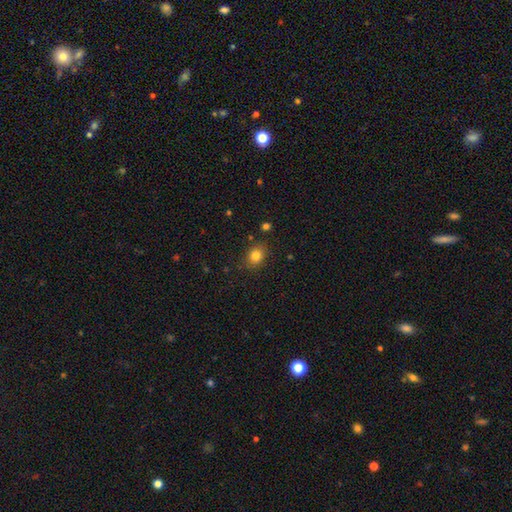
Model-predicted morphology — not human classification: Q: Smooth or featured?
A: smooth (82%); runner-up: star or artifact (11%)
Q: How rounded?
A: round (57%); runner-up: in between (42%)
Q: Merging?
A: none (83%); runner-up: minor disturbance (12%)